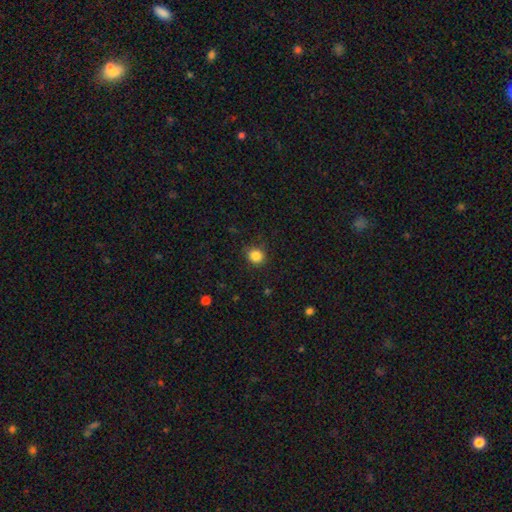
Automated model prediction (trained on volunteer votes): A smooth galaxy with no disk features (85%) that is round (85%).

Vote fractions:
- Smooth or featured? smooth: 85% / star or artifact: 11% / featured or disk: 4%
- How rounded? round: 85% / in between: 14% / cigar-shaped: 1%
- Merging? none: 86% / minor disturbance: 10% / major disturbance: 3% / merger: 1%